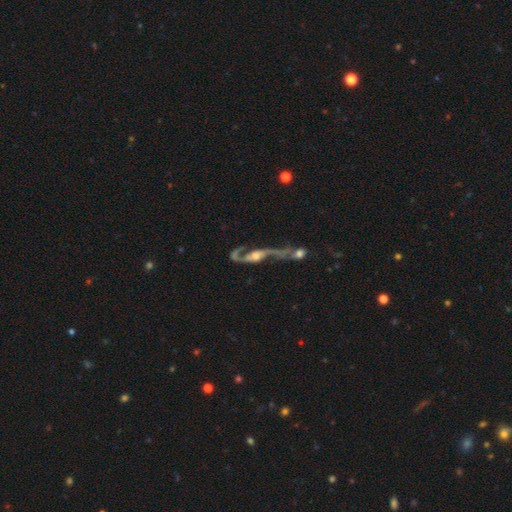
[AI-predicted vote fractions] Q: Smooth or featured?
A: featured or disk (84%); runner-up: smooth (9%)
Q: Edge-on disk?
A: no (86%); runner-up: yes (14%)
Q: Bar?
A: no (58%); runner-up: weak (30%)
Q: Spiral arms?
A: yes (90%); runner-up: no (10%)
Q: Spiral winding?
A: loose (78%); runner-up: medium (16%)
Q: Spiral arm count?
A: 2 (86%); runner-up: 1 (7%)
Q: Bulge size?
A: moderate (56%); runner-up: small (21%)
Q: Merging?
A: merger (48%); runner-up: major disturbance (21%)